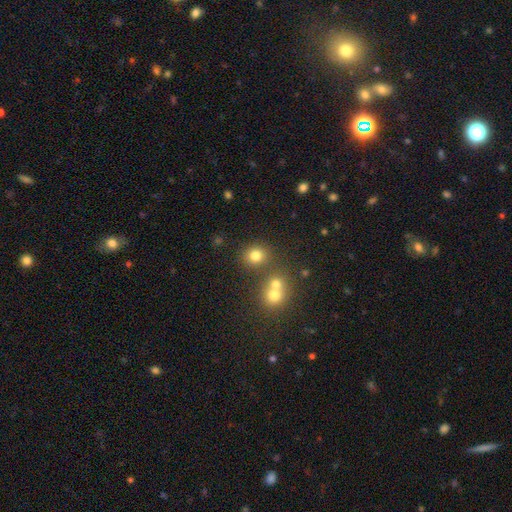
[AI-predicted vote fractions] smooth-or-featured: smooth: 78% | star or artifact: 15% | featured or disk: 7%
  how-rounded: round: 85% | in between: 14% | cigar-shaped: 1%
  merging: none: 72% | merger: 17% | minor disturbance: 8% | major disturbance: 3%